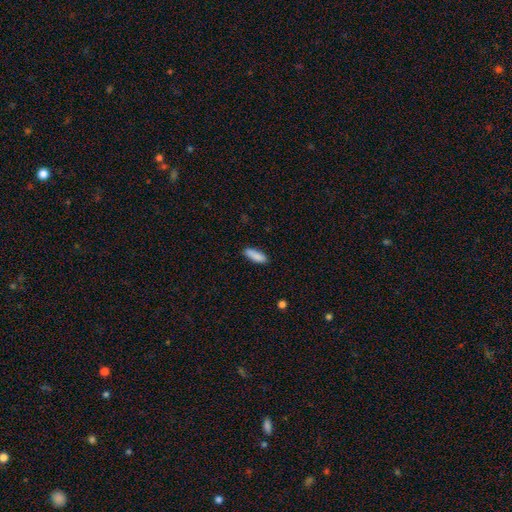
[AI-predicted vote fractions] smooth-or-featured: smooth: 88% | star or artifact: 6% | featured or disk: 6%
  how-rounded: in between: 56% | cigar-shaped: 42% | round: 2%
  merging: none: 84% | minor disturbance: 12% | major disturbance: 2% | merger: 2%